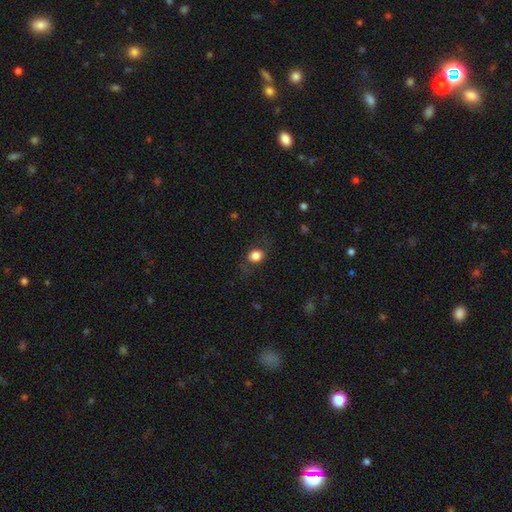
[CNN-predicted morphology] Q: Smooth or featured?
A: smooth (81%); runner-up: star or artifact (10%)
Q: How rounded?
A: round (62%); runner-up: in between (37%)
Q: Merging?
A: none (76%); runner-up: minor disturbance (15%)